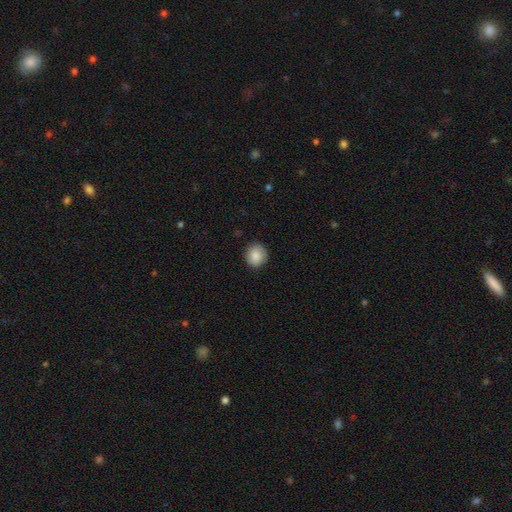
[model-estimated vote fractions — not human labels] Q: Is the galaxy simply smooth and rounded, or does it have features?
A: smooth — 86%.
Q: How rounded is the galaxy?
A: round — 86%.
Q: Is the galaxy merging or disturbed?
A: none — 87%.